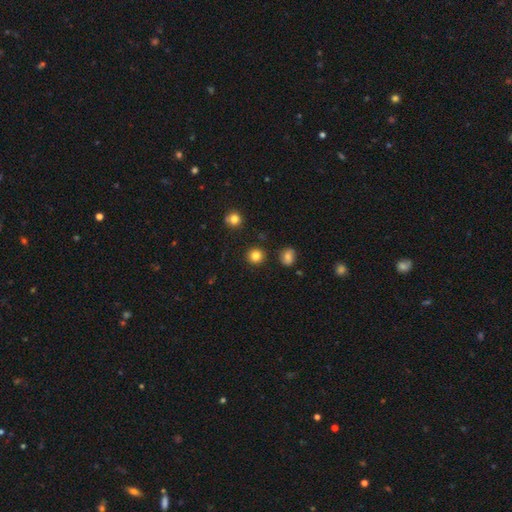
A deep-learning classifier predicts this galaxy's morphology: Smooth or featured? Predicted: smooth (p=0.83). How rounded? Predicted: round (p=0.93). Merging? Predicted: none (p=0.91).